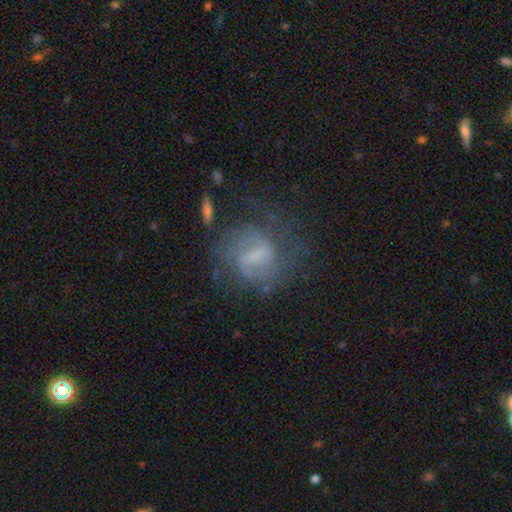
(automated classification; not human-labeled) Morphology: type=featured or disk (68%); edge-on=no (96%); bar=weak (54%); spiral arms=yes (77%); winding=medium (44%); arm count=2 (52%); bulge=small (39%); merging=none (55%).